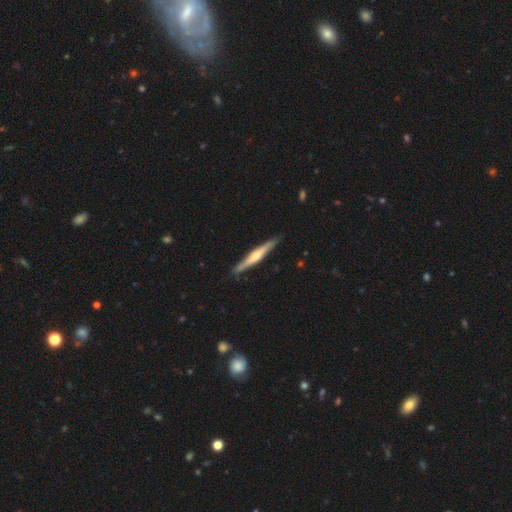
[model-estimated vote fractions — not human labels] featured or disk 61%, smooth 34%, star or artifact 5%. Down the decision tree: edge-on disk — yes (97%); edge-on bulge — rounded (68%); merging — none (88%).